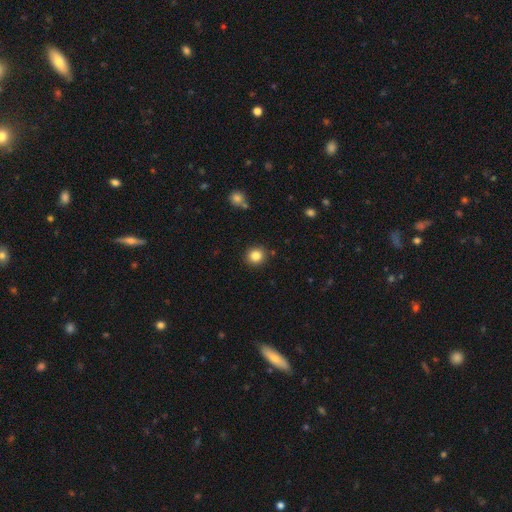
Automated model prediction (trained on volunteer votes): Smooth or featured? smooth (84%)
How rounded? round (90%)
Merging? none (90%)